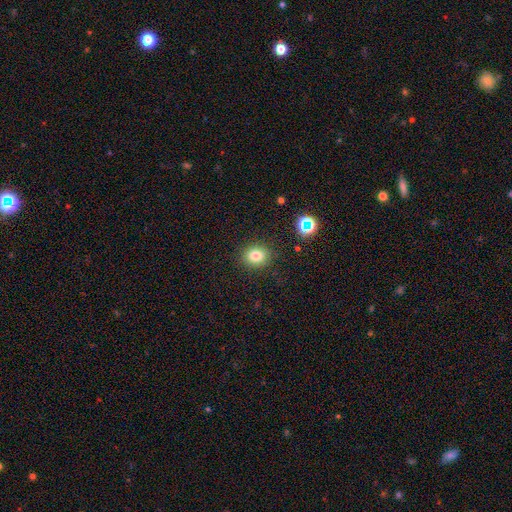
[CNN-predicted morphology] Smooth or featured: smooth — 79% (star or artifact — 14%)
How rounded: round — 67% (in between — 33%)
Merging: none — 88% (minor disturbance — 8%)